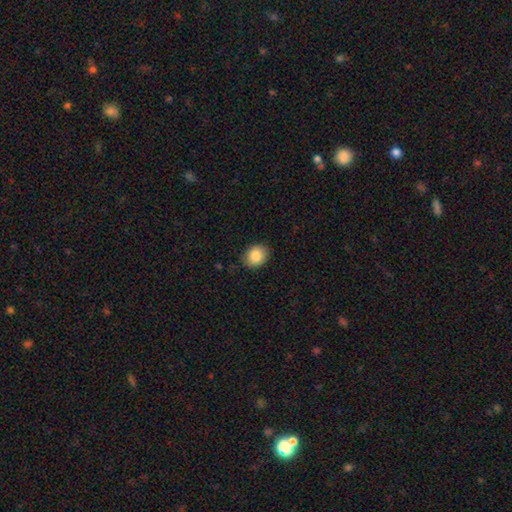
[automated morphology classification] A smooth galaxy with no disk features (86%) that is round (53%).

Vote fractions:
- Smooth or featured? smooth: 86% / star or artifact: 8% / featured or disk: 6%
- How rounded? round: 53% / in between: 46% / cigar-shaped: 1%
- Merging? none: 85% / minor disturbance: 11% / major disturbance: 2% / merger: 1%